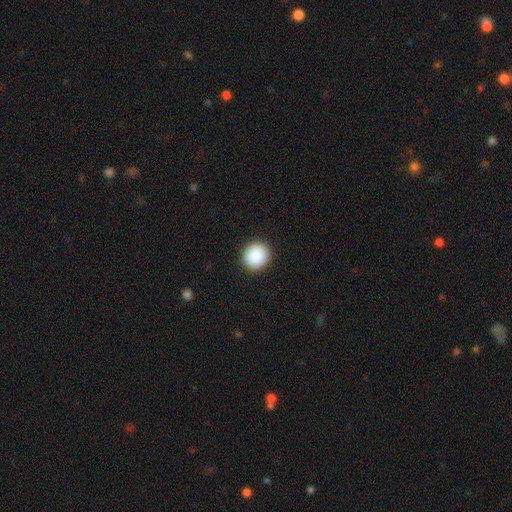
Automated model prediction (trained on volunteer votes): A smooth galaxy with no disk features (90%) that is round (92%).

Vote fractions:
- Smooth or featured? smooth: 90% / star or artifact: 7% / featured or disk: 3%
- How rounded? round: 92% / in between: 7% / cigar-shaped: 1%
- Merging? none: 92% / minor disturbance: 5% / major disturbance: 2% / merger: 1%